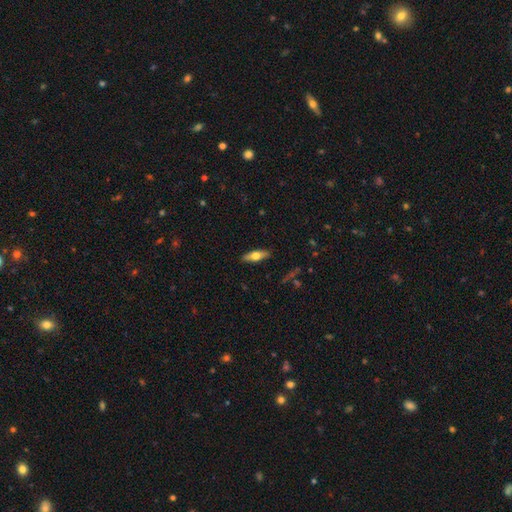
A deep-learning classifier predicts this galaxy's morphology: This appears to be a smooth galaxy with no disk features (56%) that is in between round and cigar-shaped (54%). Merging: none (88%).